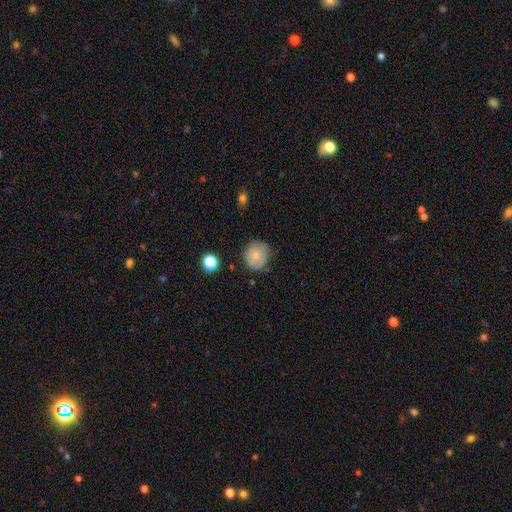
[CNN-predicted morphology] Overall: smooth (73%). How rounded: round (83%). Merging: none (74%).